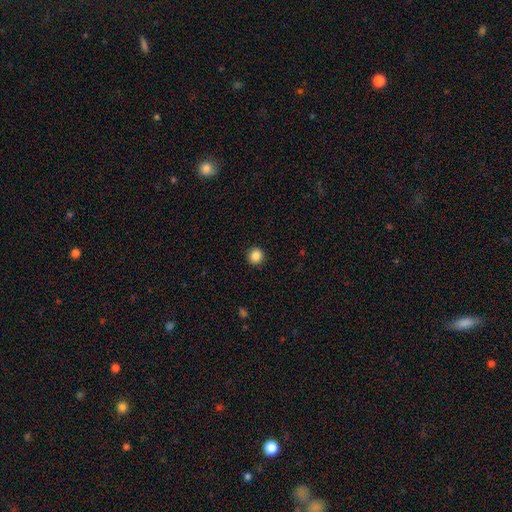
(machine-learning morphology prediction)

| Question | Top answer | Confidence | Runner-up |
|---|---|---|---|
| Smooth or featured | smooth | 87% | star or artifact (10%) |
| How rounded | round | 94% | in between (5%) |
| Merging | none | 93% | minor disturbance (5%) |